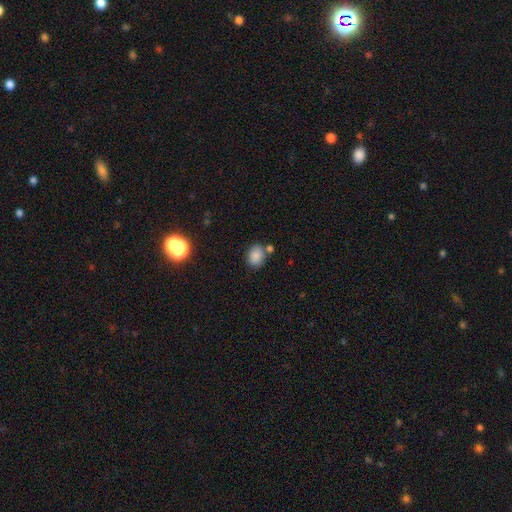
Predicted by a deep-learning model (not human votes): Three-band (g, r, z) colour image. It shows a smooth galaxy with no disk features (86%) that is in between round and cigar-shaped (65%). Merging: none (70%).